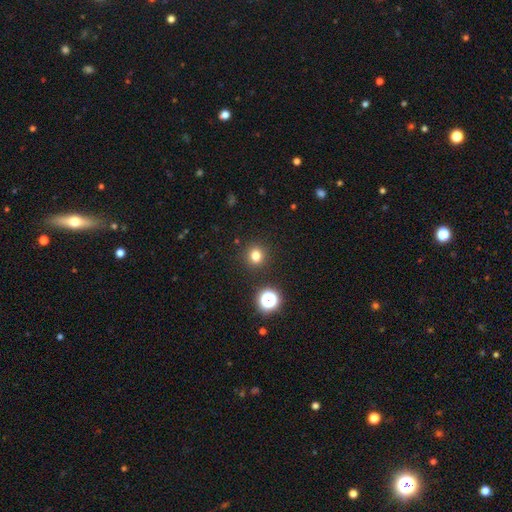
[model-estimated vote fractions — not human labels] Smooth or featured? Predicted: smooth (p=0.77). How rounded? Predicted: round (p=0.88). Merging? Predicted: none (p=0.90).